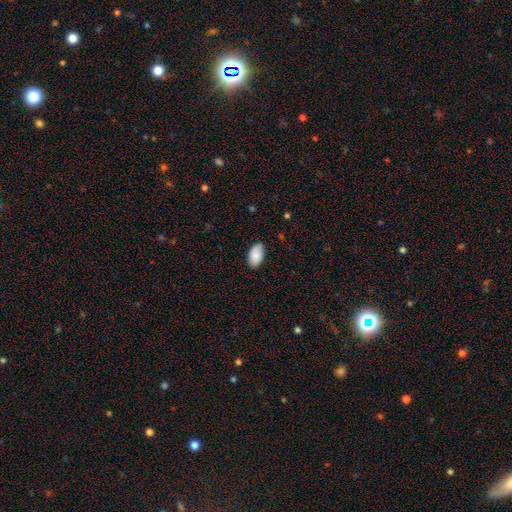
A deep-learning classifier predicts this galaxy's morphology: Smooth or featured: smooth — 86% (featured or disk — 7%)
How rounded: in between — 95% (round — 4%)
Merging: none — 82% (minor disturbance — 15%)